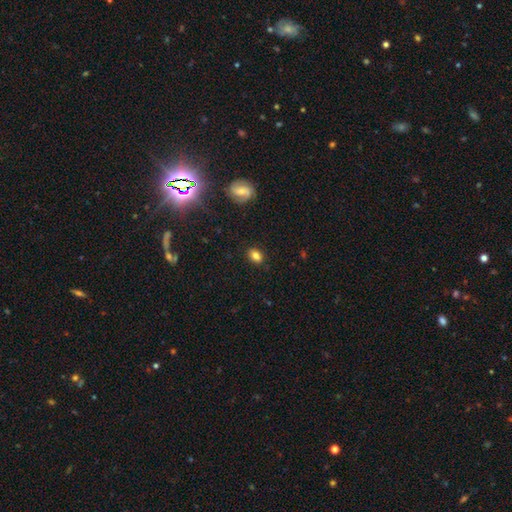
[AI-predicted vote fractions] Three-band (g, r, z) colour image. It shows a smooth galaxy with no disk features (79%) that is in between round and cigar-shaped (76%). Merging: none (86%).